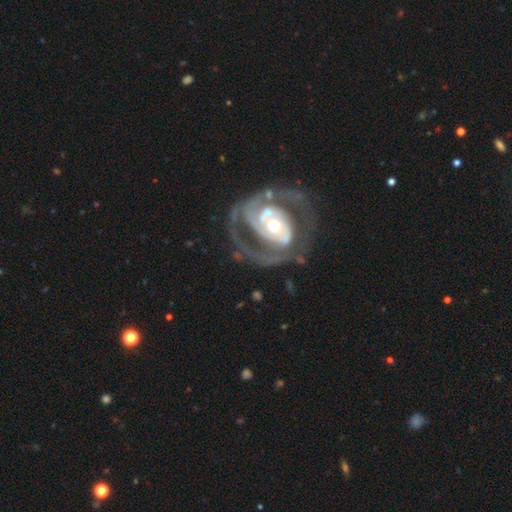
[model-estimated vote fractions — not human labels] This appears to be a featured or disk galaxy (88%) with no bar (46%), 2 (67%) tight (50%) spiral arms (89%) and a moderate central bulge (48%). Merging: none (67%).